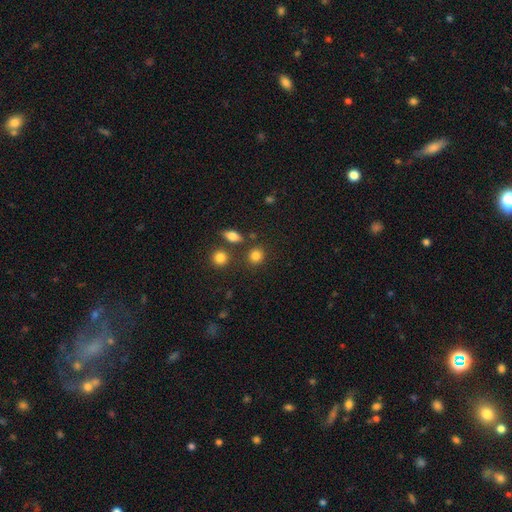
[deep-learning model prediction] smooth-or-featured: smooth: 83% | star or artifact: 11% | featured or disk: 6%
  how-rounded: round: 77% | in between: 21% | cigar-shaped: 1%
  merging: none: 78% | minor disturbance: 9% | merger: 9% | major disturbance: 3%